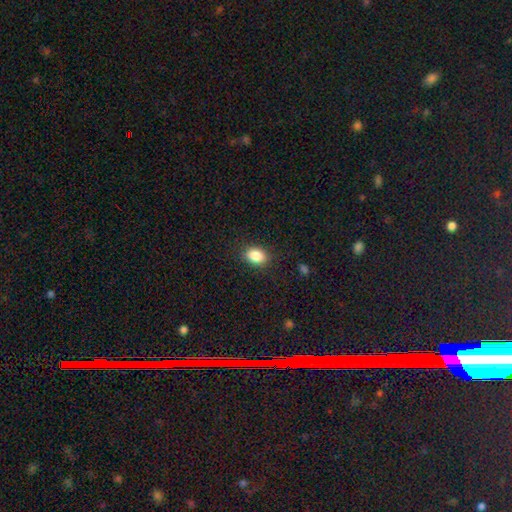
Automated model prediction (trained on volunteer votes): Smooth or featured? smooth (86%)
How rounded? in between (77%)
Merging? none (87%)